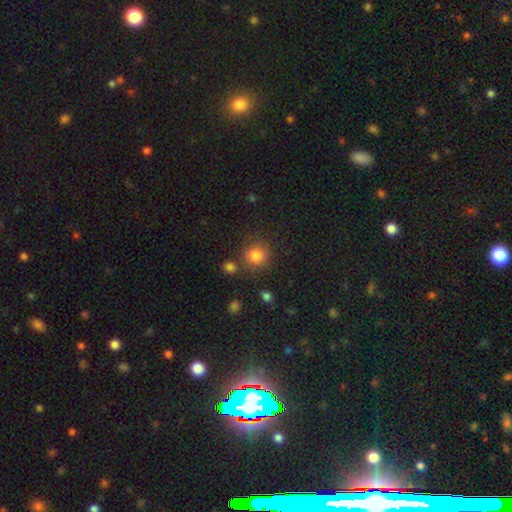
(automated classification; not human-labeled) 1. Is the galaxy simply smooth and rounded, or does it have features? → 82% smooth, 12% star or artifact, 6% featured or disk.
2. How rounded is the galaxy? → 89% round, 10% in between, 1% cigar-shaped.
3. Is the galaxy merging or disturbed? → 79% none, 10% minor disturbance, 7% merger, 4% major disturbance.